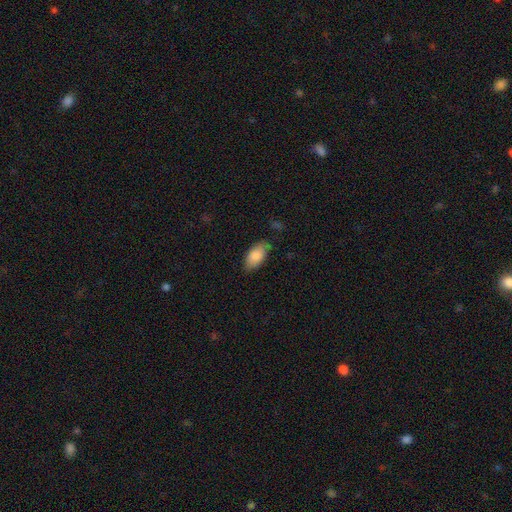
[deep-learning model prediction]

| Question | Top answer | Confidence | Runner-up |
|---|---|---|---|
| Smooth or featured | smooth | 86% | featured or disk (8%) |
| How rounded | in between | 93% | cigar-shaped (5%) |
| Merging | none | 76% | minor disturbance (18%) |